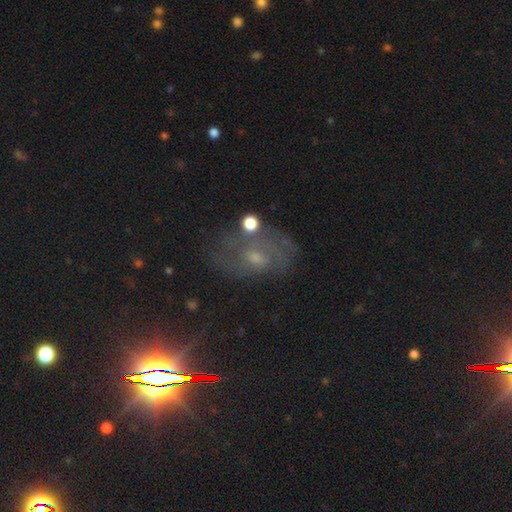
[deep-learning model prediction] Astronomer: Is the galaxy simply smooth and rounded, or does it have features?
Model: featured or disk — 59%.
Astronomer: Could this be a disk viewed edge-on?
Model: no — 95%.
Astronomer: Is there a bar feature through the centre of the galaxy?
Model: no — 58% (runner-up: weak, 36%).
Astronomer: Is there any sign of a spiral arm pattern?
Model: yes — 76%.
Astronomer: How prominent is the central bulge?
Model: small — 51% (runner-up: moderate, 37%).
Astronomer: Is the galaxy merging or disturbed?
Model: none — 60%.